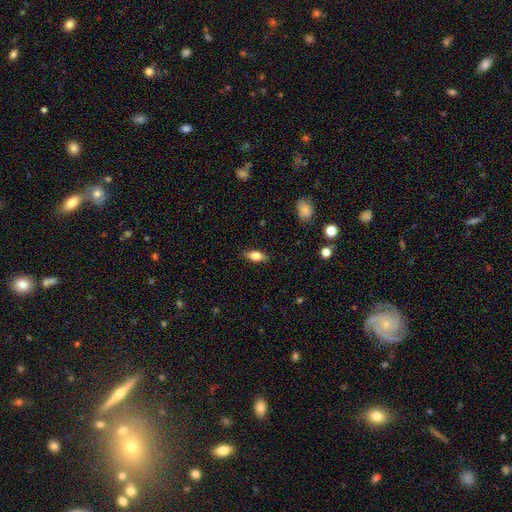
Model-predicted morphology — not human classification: This appears to be a smooth galaxy with no disk features (72%) that is in between round and cigar-shaped (79%). Merging: none (86%).